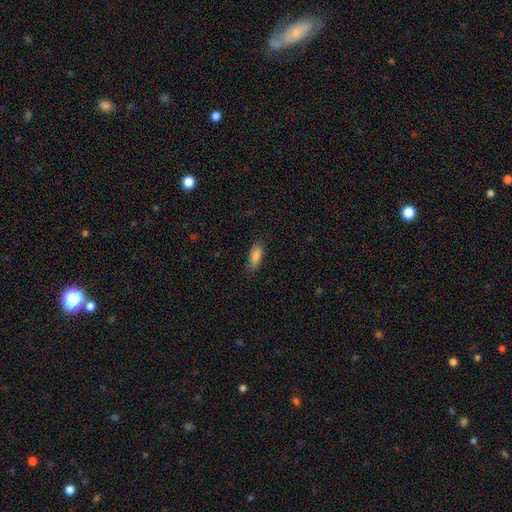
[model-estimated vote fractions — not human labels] A smooth galaxy with no disk features (83%) that is in between round and cigar-shaped (73%).

Vote fractions:
- Smooth or featured? smooth: 83% / featured or disk: 10% / star or artifact: 7%
- How rounded? in between: 73% / cigar-shaped: 25% / round: 2%
- Merging? none: 79% / minor disturbance: 16% / major disturbance: 4% / merger: 1%